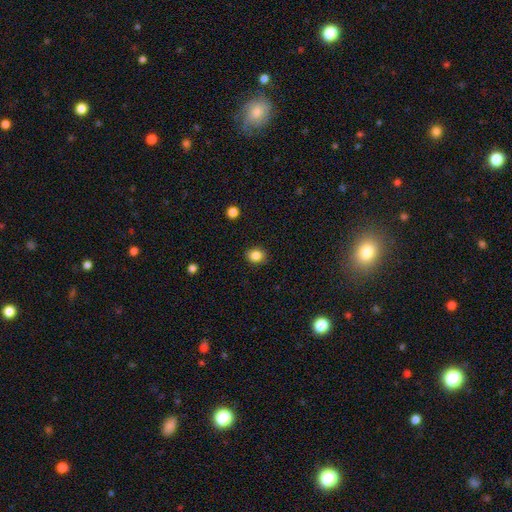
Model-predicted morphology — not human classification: Q: Smooth or featured?
A: smooth (86%); runner-up: star or artifact (10%)
Q: How rounded?
A: round (63%); runner-up: in between (36%)
Q: Merging?
A: none (90%); runner-up: minor disturbance (7%)